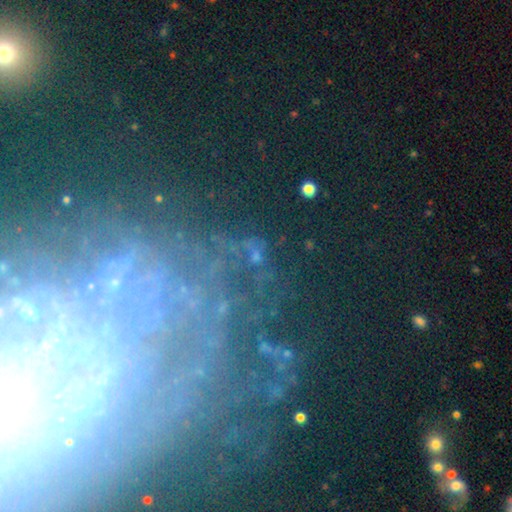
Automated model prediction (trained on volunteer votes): Morphology: type=star or artifact (45%).